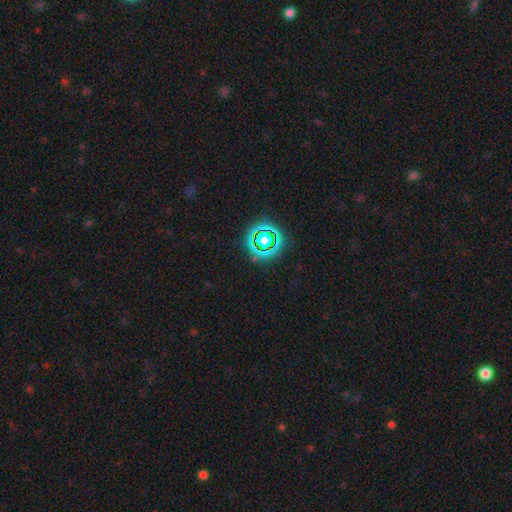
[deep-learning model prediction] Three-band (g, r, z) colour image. It shows a star or artifact, not a galaxy (59%).